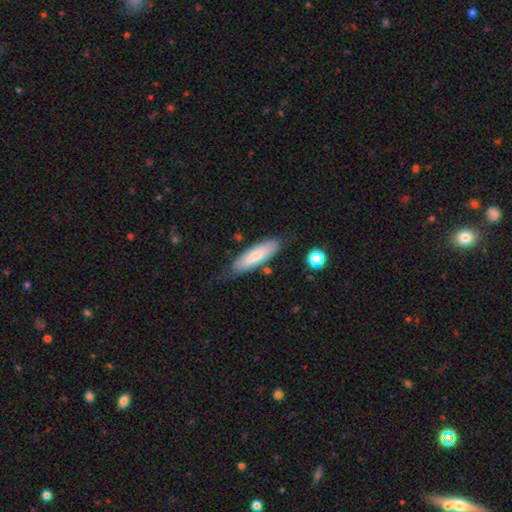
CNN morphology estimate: Smooth or featured: smooth — 77% (featured or disk — 17%)
How rounded: cigar-shaped — 58% (in between — 41%)
Merging: none — 74% (minor disturbance — 19%)